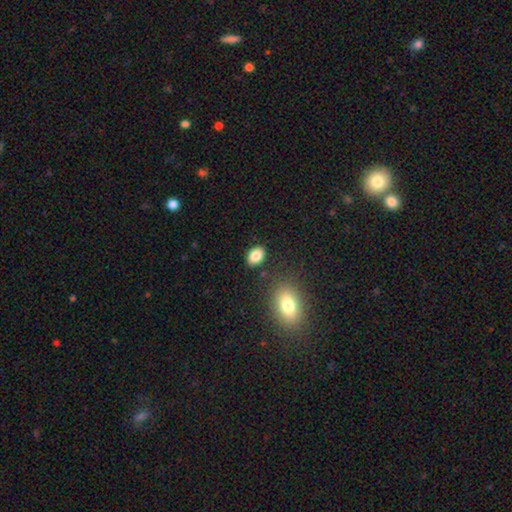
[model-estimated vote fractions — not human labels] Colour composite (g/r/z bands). It shows a smooth galaxy with no disk features (85%) that is in between round and cigar-shaped (81%). Merging: none (84%).